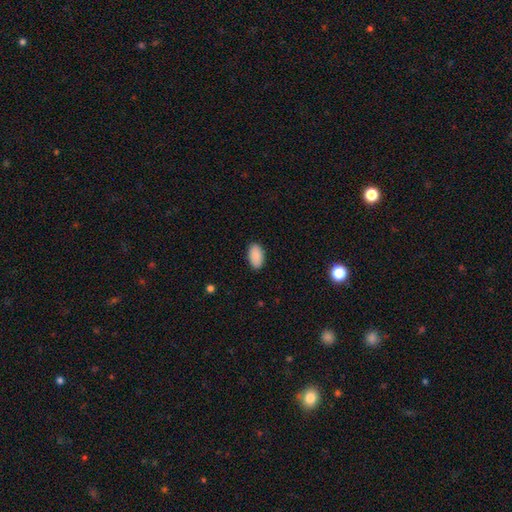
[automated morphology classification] Overall: smooth (91%). How rounded: in between (95%). Merging: none (88%).